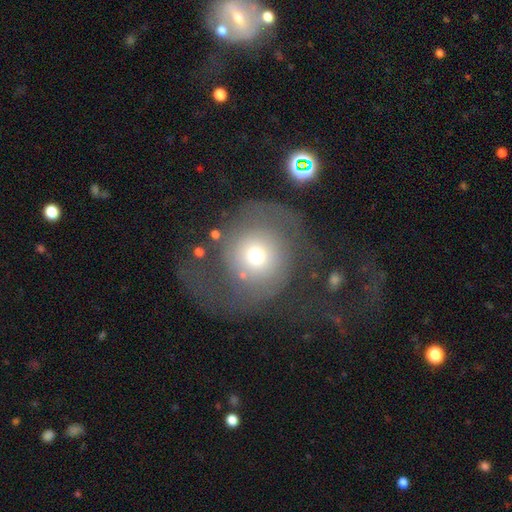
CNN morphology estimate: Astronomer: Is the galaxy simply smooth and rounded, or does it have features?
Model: featured or disk — 49% (runner-up: smooth, 41%).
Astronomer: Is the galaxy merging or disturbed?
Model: major disturbance — 41% (runner-up: none, 40%).